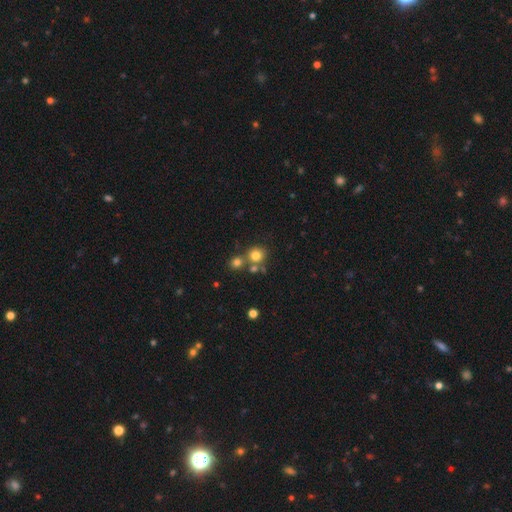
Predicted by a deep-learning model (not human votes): smooth_or_featured: smooth (p=0.76) [alt: star or artifact p=0.15]
how_rounded: round (p=0.88) [alt: in between p=0.11]
merging: none (p=0.61) [alt: merger p=0.28]